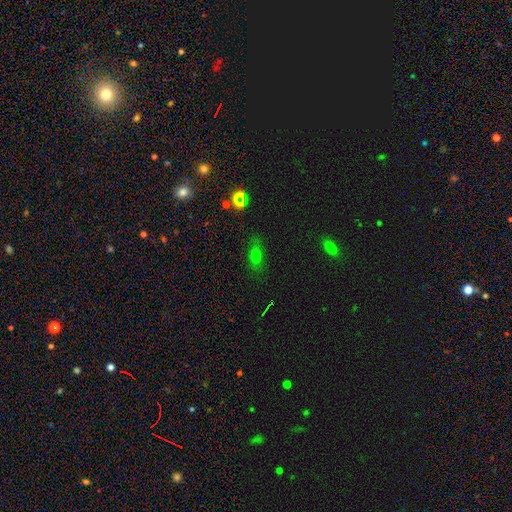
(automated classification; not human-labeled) Smooth or featured: smooth — 61% (star or artifact — 27%)
How rounded: in between — 71% (round — 17%)
Merging: none — 78% (minor disturbance — 15%)